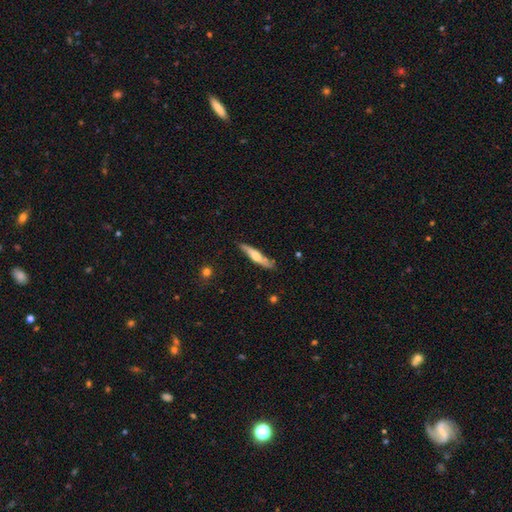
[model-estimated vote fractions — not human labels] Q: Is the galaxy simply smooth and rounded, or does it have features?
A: featured or disk — 48%.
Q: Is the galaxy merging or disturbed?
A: none — 80%.